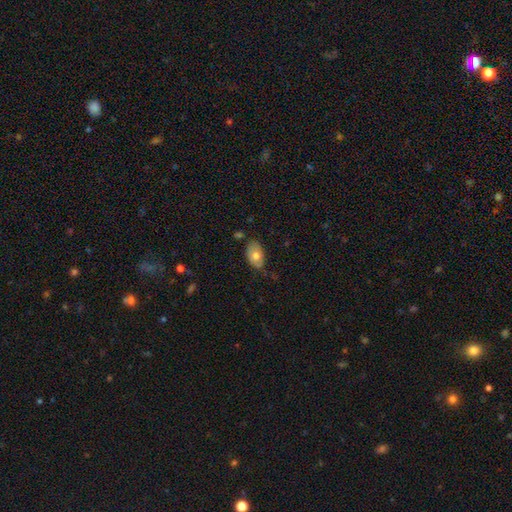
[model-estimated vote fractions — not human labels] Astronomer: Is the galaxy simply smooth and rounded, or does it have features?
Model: smooth — 71%.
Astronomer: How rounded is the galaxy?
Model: in between — 90%.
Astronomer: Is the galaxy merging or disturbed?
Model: none — 66%.